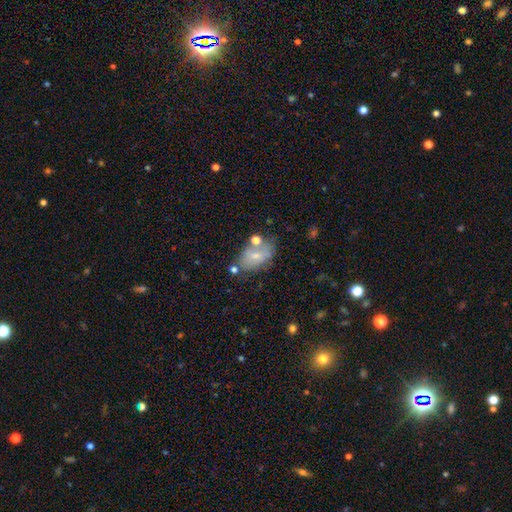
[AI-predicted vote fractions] Smooth or featured? smooth (59%)
How rounded? in between (87%)
Merging? none (53%)